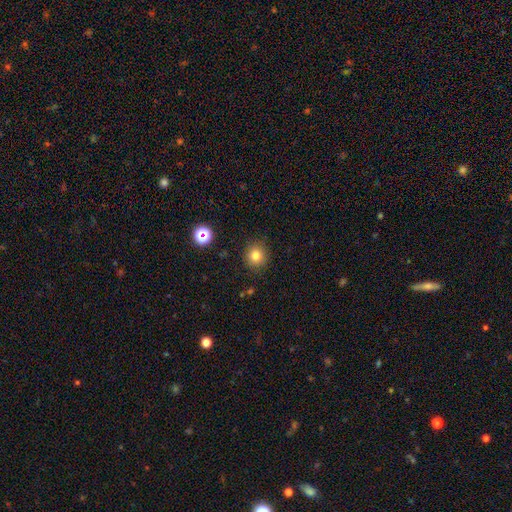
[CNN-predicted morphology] Overall: smooth (78%). How rounded: round (91%). Merging: none (88%).